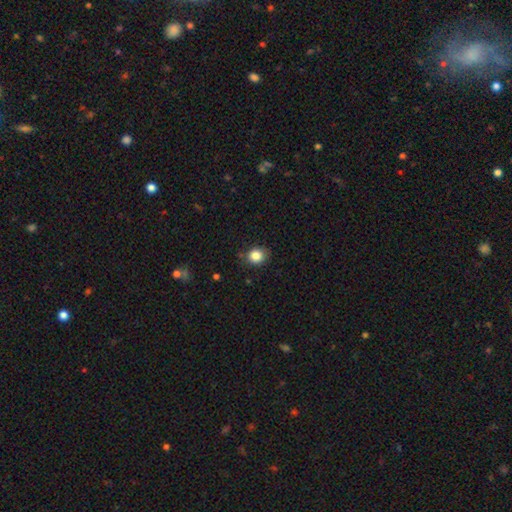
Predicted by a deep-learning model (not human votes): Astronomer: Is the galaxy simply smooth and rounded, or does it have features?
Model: smooth — 85%.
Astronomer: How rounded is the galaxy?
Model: round — 78%.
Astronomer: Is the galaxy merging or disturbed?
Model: none — 82%.